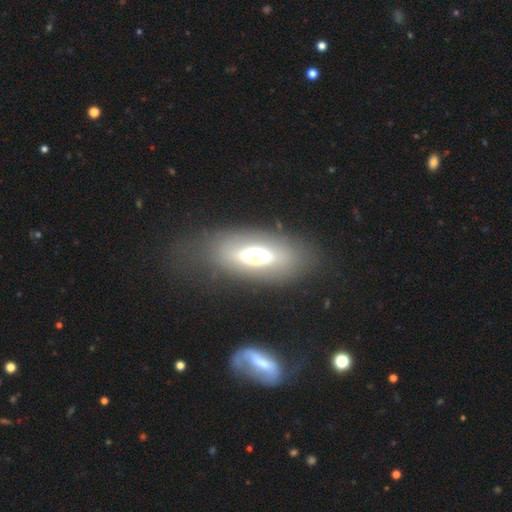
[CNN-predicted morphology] smooth 54%, featured or disk 35%, star or artifact 11%. Down the decision tree: how rounded — in between (81%); merging — none (75%).